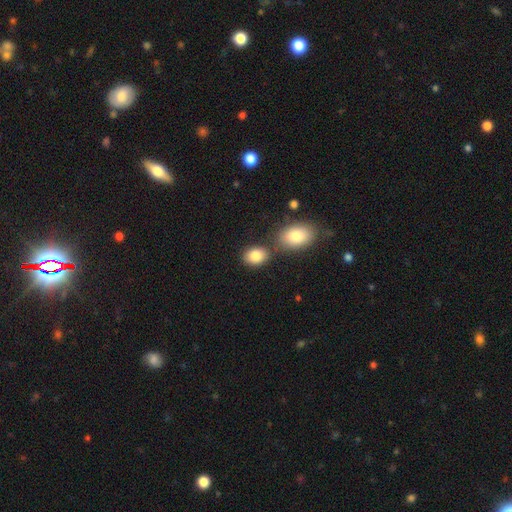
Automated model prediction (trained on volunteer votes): smooth-or-featured: smooth: 84% | star or artifact: 8% | featured or disk: 8%
  how-rounded: in between: 74% | round: 25% | cigar-shaped: 1%
  merging: none: 65% | merger: 20% | minor disturbance: 12% | major disturbance: 3%